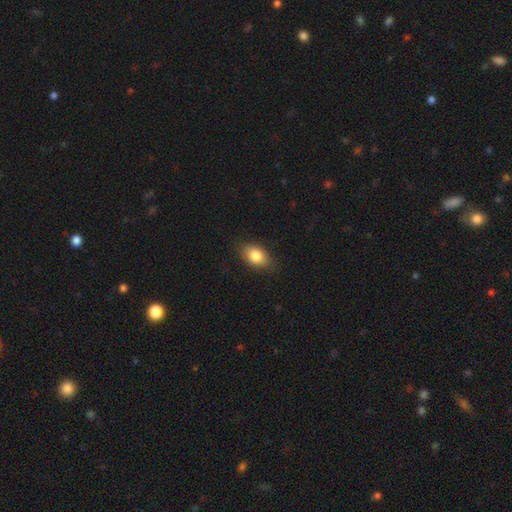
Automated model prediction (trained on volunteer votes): Smooth or featured: smooth — 83% (featured or disk — 10%)
How rounded: in between — 86% (round — 11%)
Merging: none — 83% (minor disturbance — 13%)